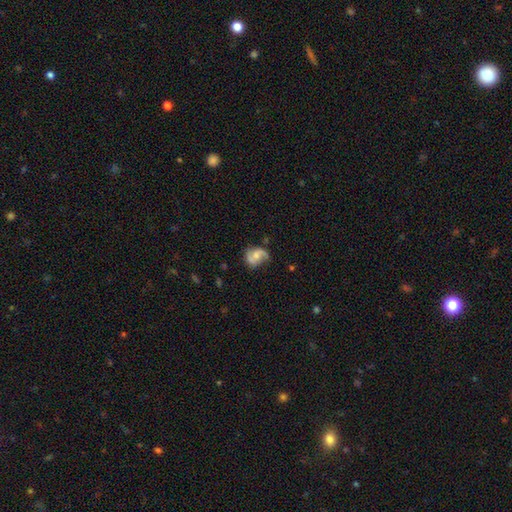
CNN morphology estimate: featured or disk 69%, smooth 24%, star or artifact 7%. Down the decision tree: edge-on disk — no (98%); bar — no (61%); spiral arms — yes (92%); spiral arm count — 2 (82%); spiral winding — medium (43%); bulge size — moderate (45%); merging — none (58%).